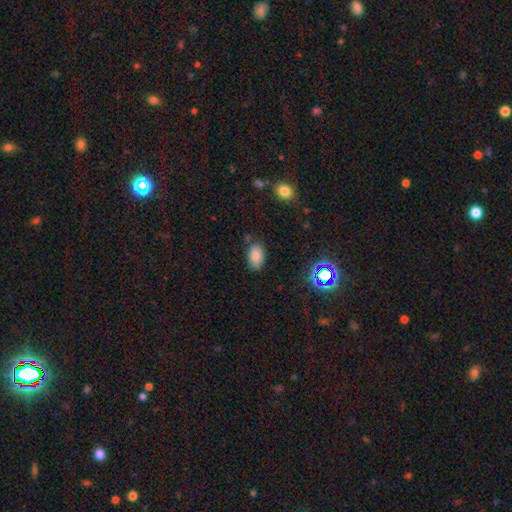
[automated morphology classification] Q: Smooth or featured?
A: smooth (82%); runner-up: star or artifact (11%)
Q: How rounded?
A: in between (91%); runner-up: round (8%)
Q: Merging?
A: none (75%); runner-up: minor disturbance (18%)